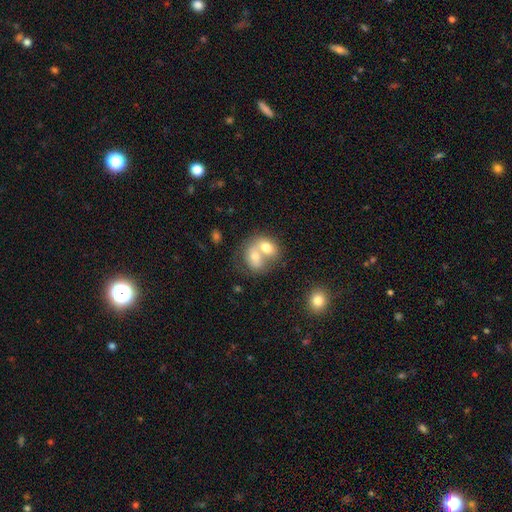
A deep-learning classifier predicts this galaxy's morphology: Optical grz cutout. It shows a smooth galaxy with no disk features (63%) that is in between round and cigar-shaped (60%). Merging: merger (75%).